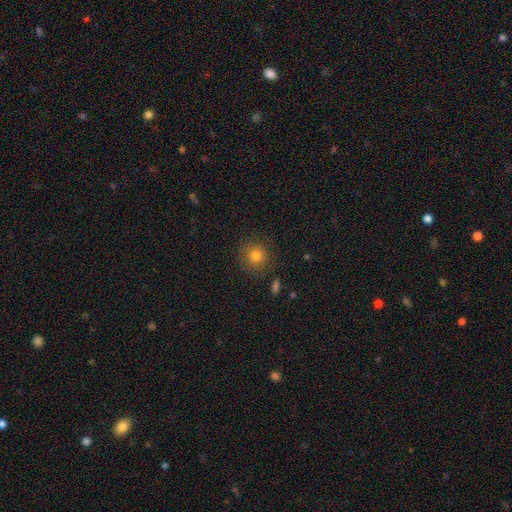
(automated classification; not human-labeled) Smooth or featured? Predicted: smooth (p=0.79). How rounded? Predicted: round (p=0.92). Merging? Predicted: none (p=0.87).